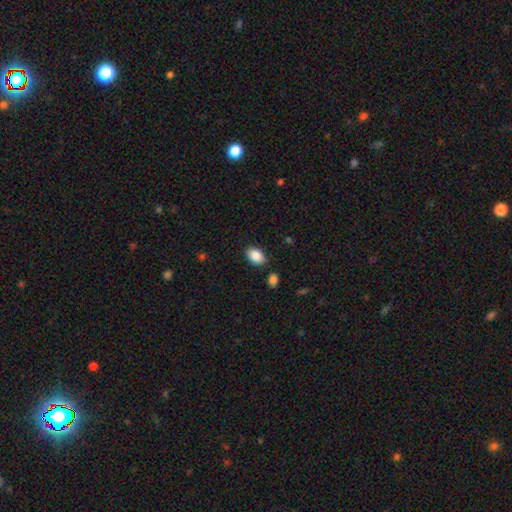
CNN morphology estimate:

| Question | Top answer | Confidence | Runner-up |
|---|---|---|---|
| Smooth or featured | smooth | 88% | star or artifact (7%) |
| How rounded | in between | 89% | round (10%) |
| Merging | none | 82% | minor disturbance (12%) |